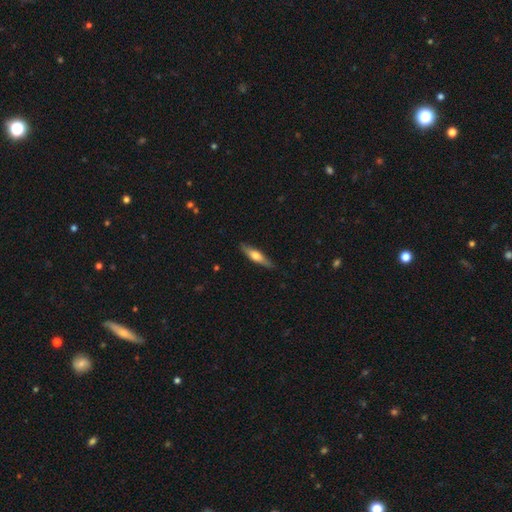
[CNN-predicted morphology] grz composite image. It shows a smooth galaxy with no disk features (51%) that is cigar-shaped (75%). Merging: none (85%).